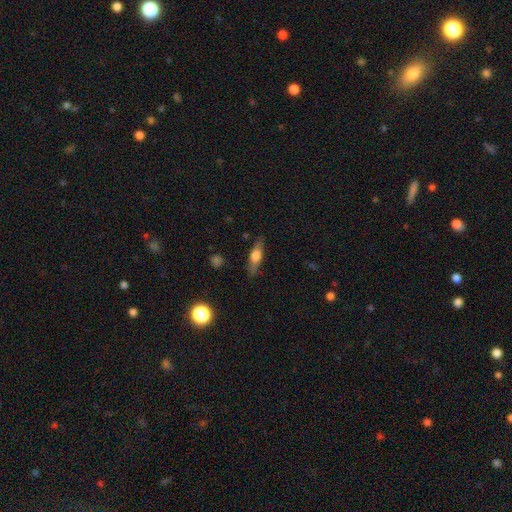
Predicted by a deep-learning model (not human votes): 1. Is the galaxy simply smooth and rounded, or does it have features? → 53% smooth, 40% featured or disk, 7% star or artifact.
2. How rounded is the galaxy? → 52% cigar-shaped, 44% in between, 5% round.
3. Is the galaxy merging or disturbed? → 82% none, 13% minor disturbance, 3% major disturbance, 1% merger.